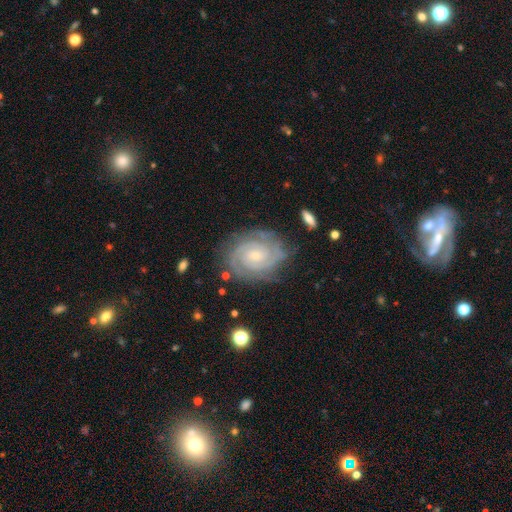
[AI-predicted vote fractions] Overall: featured or disk (89%). Edge-on disk: no (98%). Bar: no (67%). Spiral arms: yes (98%). Spiral arm count: 2 (50%; 3 20%). Spiral winding: tight (77%). Bulge size: small (77%). Merging: none (78%).